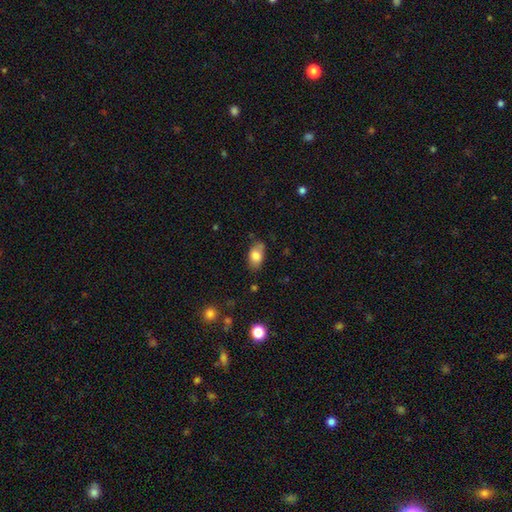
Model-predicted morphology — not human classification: Overall: smooth (80%). How rounded: in between (89%). Merging: none (67%).